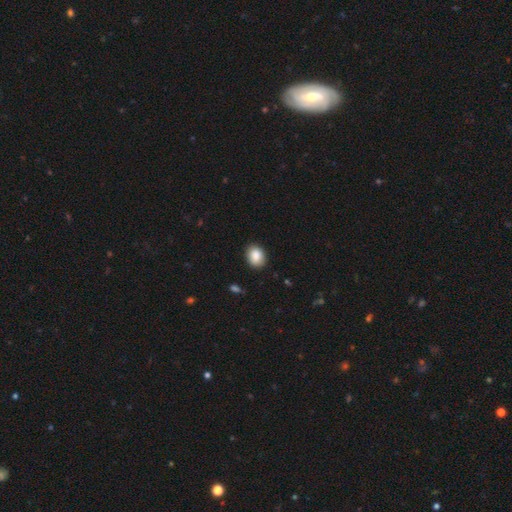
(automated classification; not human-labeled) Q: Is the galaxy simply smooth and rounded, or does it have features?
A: smooth — 88%.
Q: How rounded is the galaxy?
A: in between — 59%.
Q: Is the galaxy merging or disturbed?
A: none — 87%.